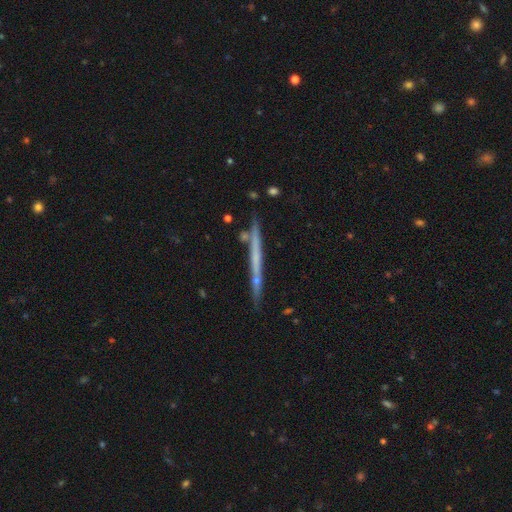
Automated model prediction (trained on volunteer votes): The model was most divided on "smooth or featured": featured or disk: 56%, smooth: 38%, star or artifact: 6%. More confident: edge-on disk — yes (96%); edge-on bulge — none (89%); merging — none (84%).